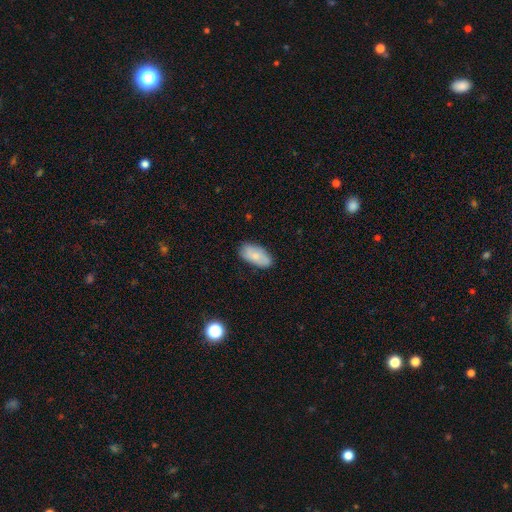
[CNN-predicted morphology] Smooth or featured: smooth — 79% (featured or disk — 15%)
How rounded: in between — 93% (cigar-shaped — 4%)
Merging: none — 82% (minor disturbance — 15%)